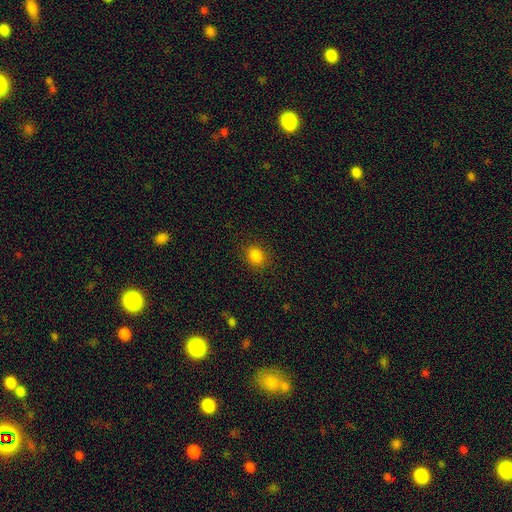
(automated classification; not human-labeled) Q: Smooth or featured?
A: smooth (84%); runner-up: star or artifact (12%)
Q: How rounded?
A: round (66%); runner-up: in between (33%)
Q: Merging?
A: none (88%); runner-up: minor disturbance (8%)